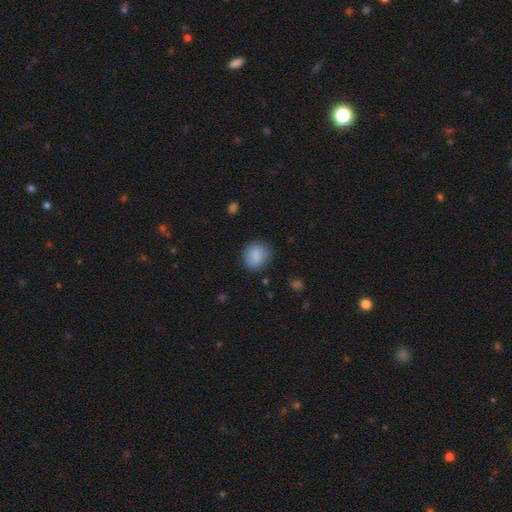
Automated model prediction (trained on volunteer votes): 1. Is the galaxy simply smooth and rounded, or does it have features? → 86% smooth, 8% star or artifact, 6% featured or disk.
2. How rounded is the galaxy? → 76% round, 23% in between, 1% cigar-shaped.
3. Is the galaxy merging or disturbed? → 82% none, 13% minor disturbance, 4% major disturbance, 1% merger.